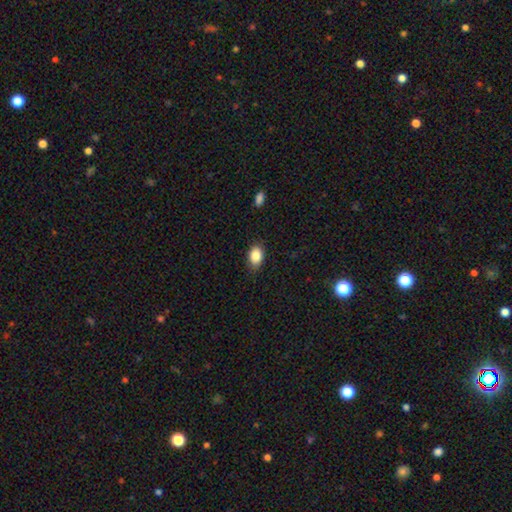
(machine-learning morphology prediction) Smooth or featured? Predicted: smooth (p=0.85). How rounded? Predicted: in between (p=0.82). Merging? Predicted: none (p=0.81).